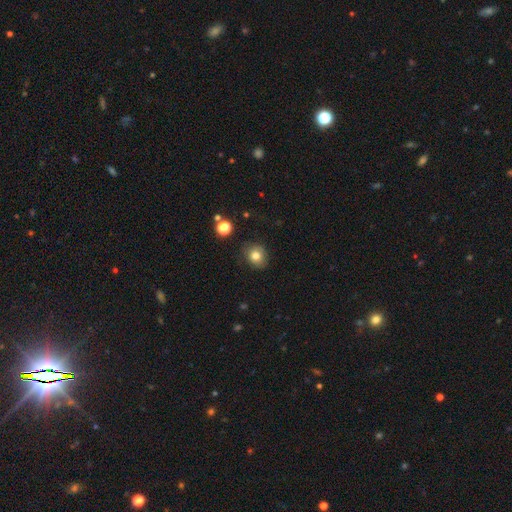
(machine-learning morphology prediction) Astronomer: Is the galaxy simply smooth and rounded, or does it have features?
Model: smooth — 79%.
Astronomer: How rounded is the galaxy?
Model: round — 67%.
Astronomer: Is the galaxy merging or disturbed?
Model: none — 82%.